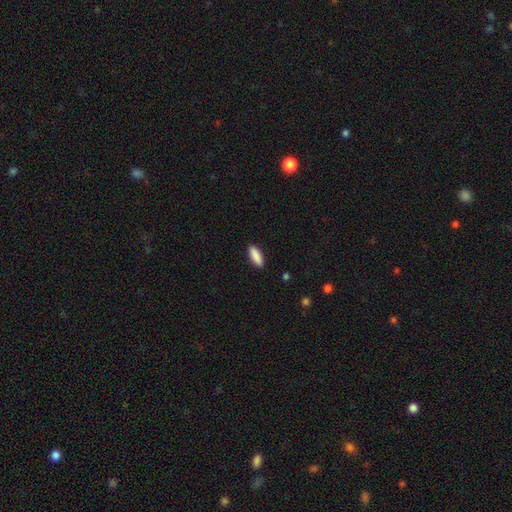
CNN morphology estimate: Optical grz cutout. It shows a smooth galaxy with no disk features (90%) that is in between round and cigar-shaped (69%). Merging: none (90%).